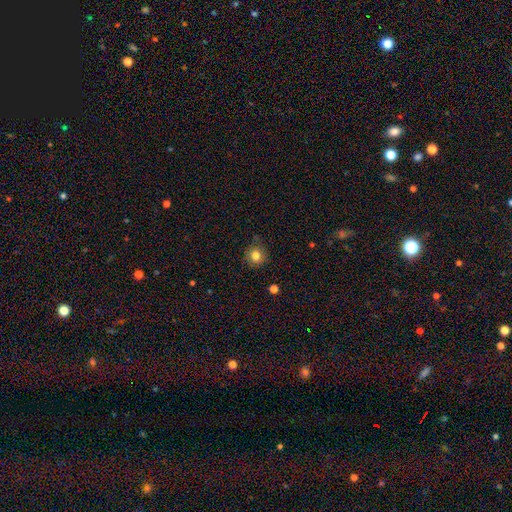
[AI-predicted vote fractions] This appears to be a smooth galaxy with no disk features (81%) that is round (89%). Merging: none (82%).